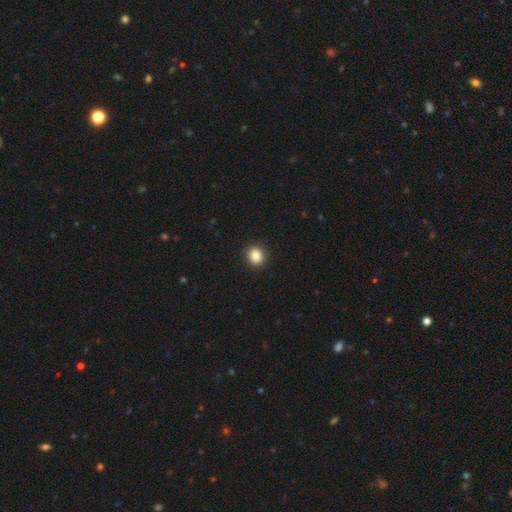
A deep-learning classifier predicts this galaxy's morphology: A smooth galaxy with no disk features (85%) that is round (85%).

Vote fractions:
- Smooth or featured? smooth: 85% / star or artifact: 10% / featured or disk: 5%
- How rounded? round: 85% / in between: 14% / cigar-shaped: 1%
- Merging? none: 92% / minor disturbance: 6% / major disturbance: 2% / merger: 1%